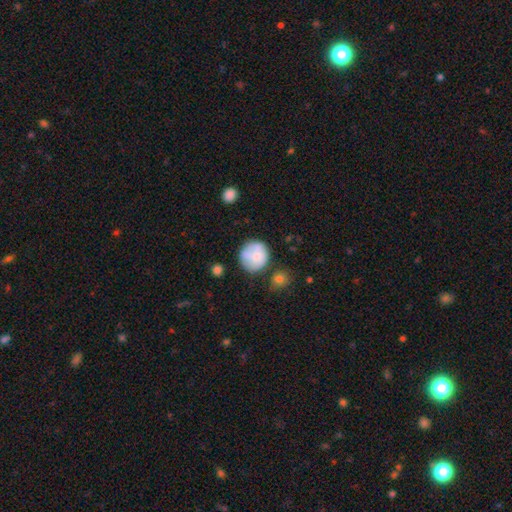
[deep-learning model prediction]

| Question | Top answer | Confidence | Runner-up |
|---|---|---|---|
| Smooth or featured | smooth | 67% | featured or disk (25%) |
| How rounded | round | 87% | in between (12%) |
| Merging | none | 61% | minor disturbance (22%) |